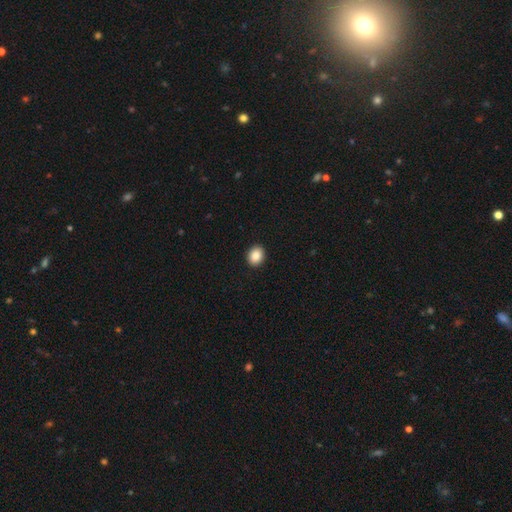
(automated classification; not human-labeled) A smooth galaxy with no disk features (88%) that is round (52%).

Vote fractions:
- Smooth or featured? smooth: 88% / star or artifact: 8% / featured or disk: 4%
- How rounded? round: 52% / in between: 47% / cigar-shaped: 1%
- Merging? none: 92% / minor disturbance: 5% / major disturbance: 2% / merger: 1%